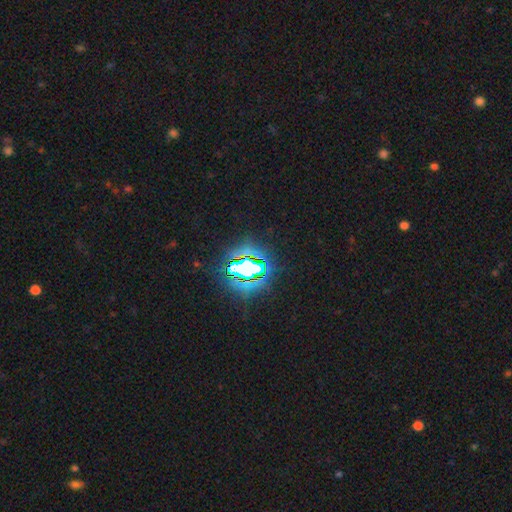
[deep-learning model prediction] This appears to be a star or artifact, not a galaxy (78%).